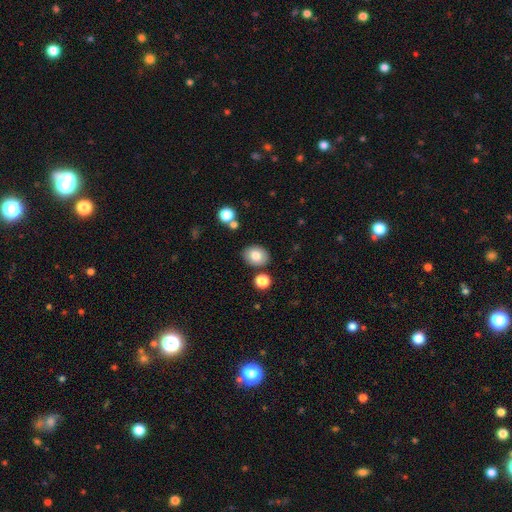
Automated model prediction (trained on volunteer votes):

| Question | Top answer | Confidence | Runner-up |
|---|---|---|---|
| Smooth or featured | smooth | 80% | featured or disk (11%) |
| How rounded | in between | 57% | round (42%) |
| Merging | none | 82% | minor disturbance (10%) |